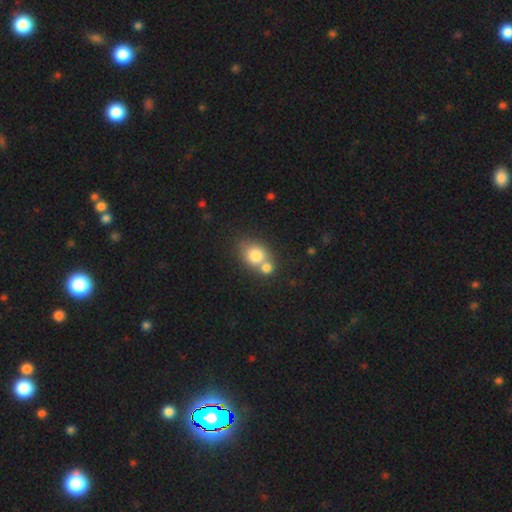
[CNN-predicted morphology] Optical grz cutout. It shows a smooth galaxy with no disk features (78%) that is round (61%). Merging: merger (51%).